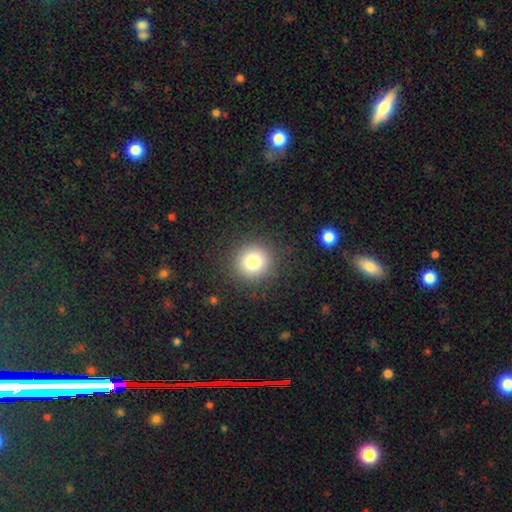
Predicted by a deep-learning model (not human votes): Smooth or featured? smooth (79%)
How rounded? round (93%)
Merging? none (89%)